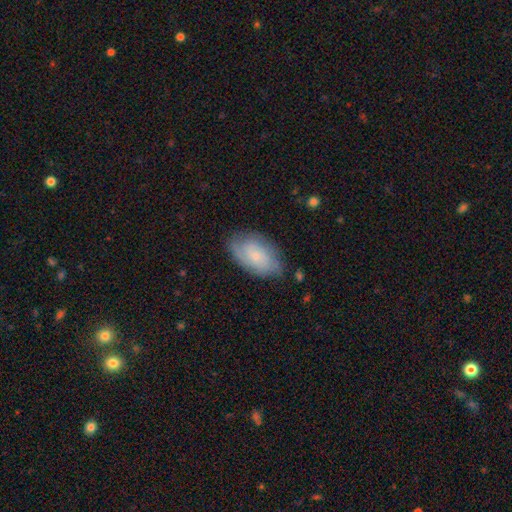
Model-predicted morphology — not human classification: Smooth or featured?
  - smooth: 55% *
  - featured or disk: 38%
  - star or artifact: 7%
How rounded?
  - in between: 92% *
  - round: 5%
  - cigar-shaped: 2%
Merging?
  - none: 71% *
  - minor disturbance: 22%
  - major disturbance: 5%
  - merger: 2%